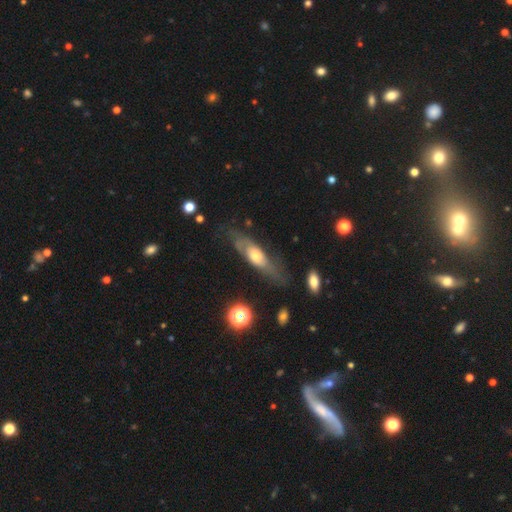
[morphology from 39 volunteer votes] featured or disk 59%, smooth 36%, star or artifact 5%. Down the decision tree: edge-on disk — no (70%); bar — no (88%); spiral arms — no (56%); bulge size — moderate (75%); merging — none (62%).